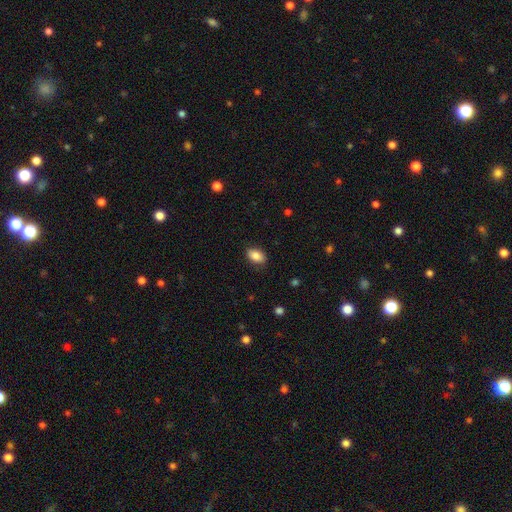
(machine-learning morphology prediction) Q: Smooth or featured?
A: smooth (85%); runner-up: star or artifact (8%)
Q: How rounded?
A: in between (88%); runner-up: round (10%)
Q: Merging?
A: none (84%); runner-up: minor disturbance (12%)